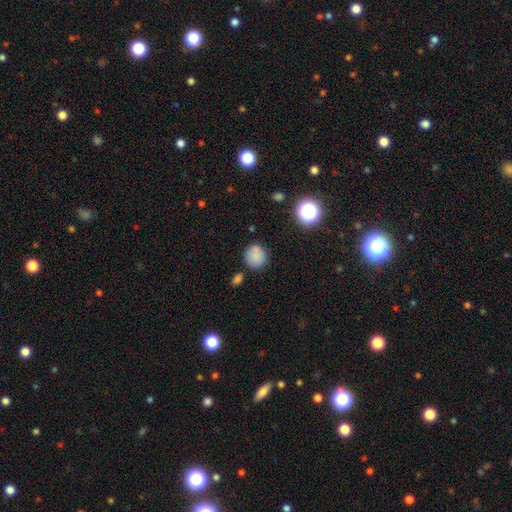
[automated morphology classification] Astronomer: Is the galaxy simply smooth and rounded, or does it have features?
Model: smooth — 82%.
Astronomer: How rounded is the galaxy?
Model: round — 88%.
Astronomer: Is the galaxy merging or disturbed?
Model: none — 77%.